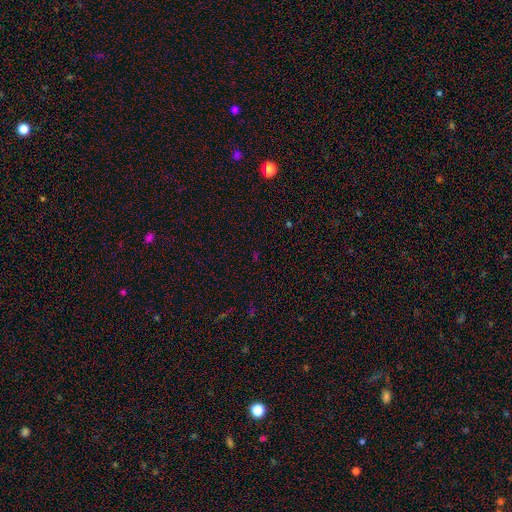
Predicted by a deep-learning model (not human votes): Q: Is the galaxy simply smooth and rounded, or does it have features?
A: star or artifact — 67%.